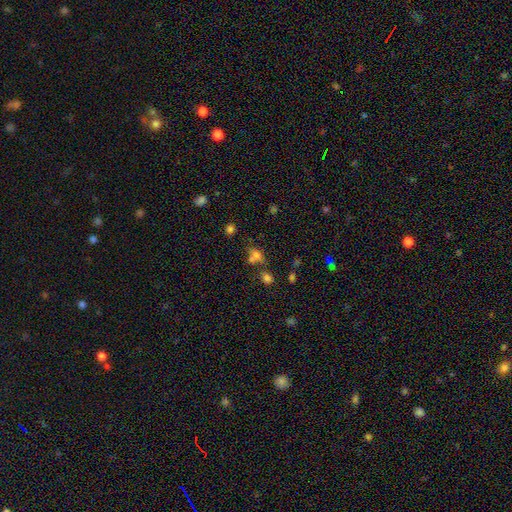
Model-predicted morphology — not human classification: Smooth or featured? smooth (65%)
How rounded? round (49%)
Merging? none (44%)